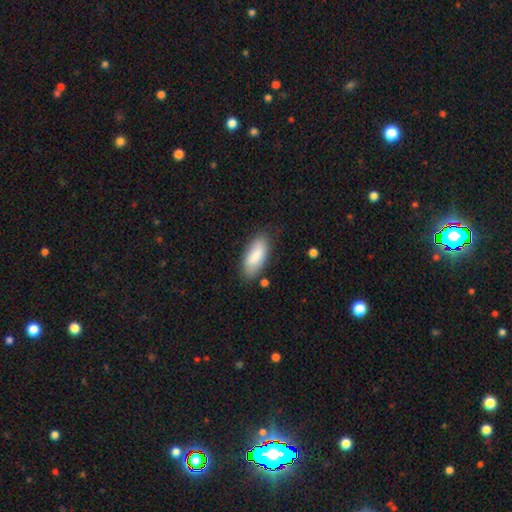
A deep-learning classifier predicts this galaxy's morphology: Smooth or featured: smooth — 83% (featured or disk — 11%)
How rounded: in between — 85% (cigar-shaped — 13%)
Merging: none — 76% (minor disturbance — 17%)